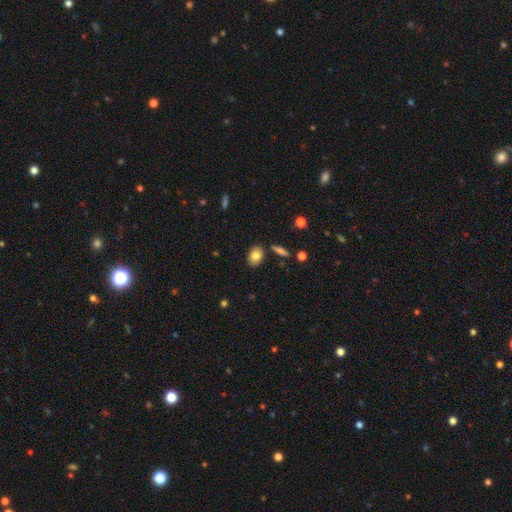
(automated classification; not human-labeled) smooth_or_featured: smooth (p=0.82) [alt: featured or disk p=0.10]
how_rounded: in between (p=0.78) [alt: round p=0.20]
merging: none (p=0.82) [alt: minor disturbance p=0.10]